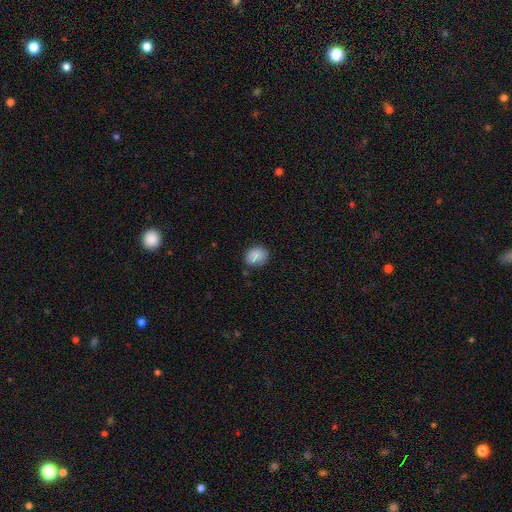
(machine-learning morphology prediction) smooth-or-featured: smooth: 85% | star or artifact: 8% | featured or disk: 6%
  how-rounded: round: 61% | in between: 38% | cigar-shaped: 1%
  merging: none: 79% | minor disturbance: 16% | major disturbance: 3% | merger: 2%